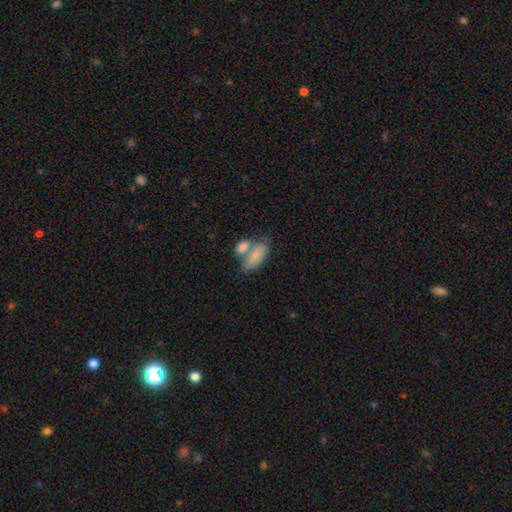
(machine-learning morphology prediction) The model was most divided on "merging": merger: 48%, none: 36%, minor disturbance: 12%, major disturbance: 5%. More confident: how rounded — in between (87%); smooth or featured — smooth (81%).